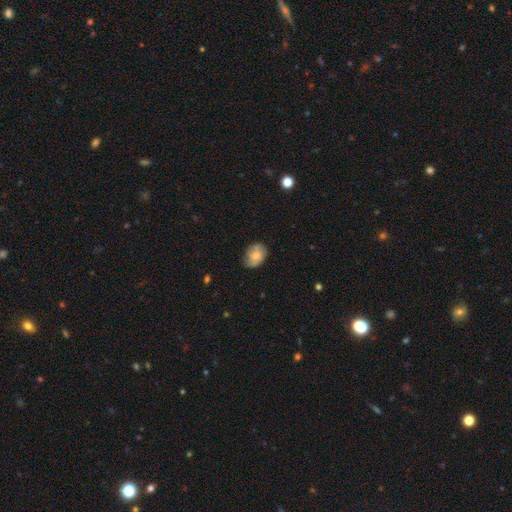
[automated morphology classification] smooth-or-featured: smooth: 67% | featured or disk: 25% | star or artifact: 8%
  how-rounded: in between: 64% | round: 35% | cigar-shaped: 1%
  merging: none: 65% | minor disturbance: 28% | major disturbance: 6% | merger: 1%